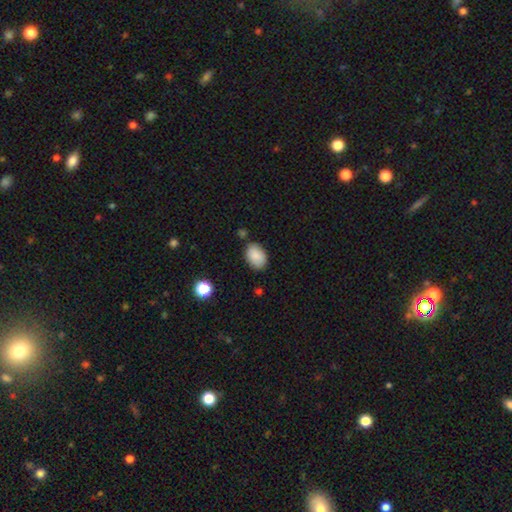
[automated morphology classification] The model was most divided on "merging": none: 79%, minor disturbance: 14%, merger: 4%, major disturbance: 3%. More confident: smooth or featured — smooth (88%); how rounded — in between (85%).